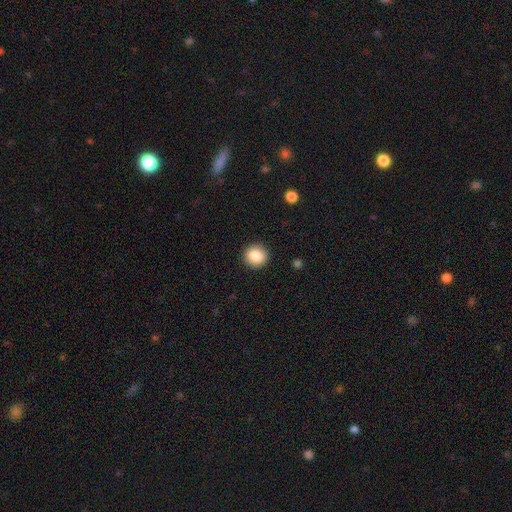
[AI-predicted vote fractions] A smooth galaxy with no disk features (86%) that is round (92%).

Vote fractions:
- Smooth or featured? smooth: 86% / star or artifact: 9% / featured or disk: 6%
- How rounded? round: 92% / in between: 7% / cigar-shaped: 1%
- Merging? none: 92% / minor disturbance: 5% / major disturbance: 2% / merger: 1%